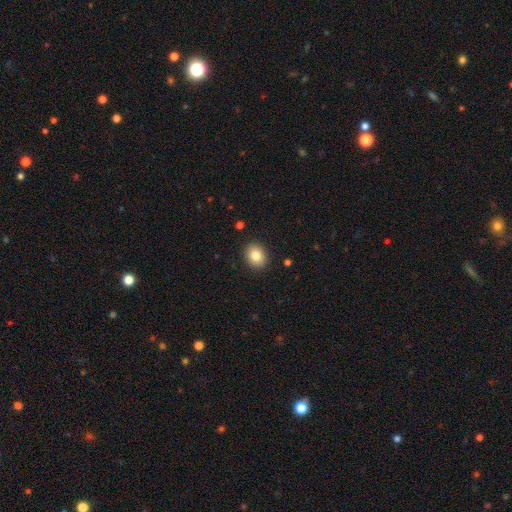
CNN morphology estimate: A smooth galaxy with no disk features (82%) that is round (53%).

Vote fractions:
- Smooth or featured? smooth: 82% / star or artifact: 9% / featured or disk: 8%
- How rounded? round: 53% / in between: 46% / cigar-shaped: 1%
- Merging? none: 90% / minor disturbance: 7% / major disturbance: 2% / merger: 1%